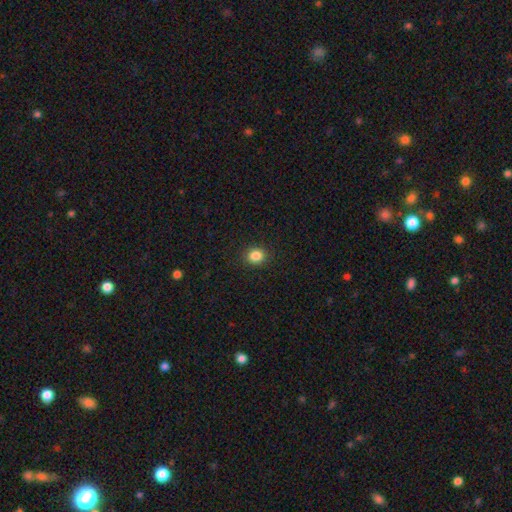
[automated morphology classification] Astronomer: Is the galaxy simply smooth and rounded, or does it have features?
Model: smooth — 85%.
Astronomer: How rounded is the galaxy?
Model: round — 75%.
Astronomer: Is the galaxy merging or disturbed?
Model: none — 91%.